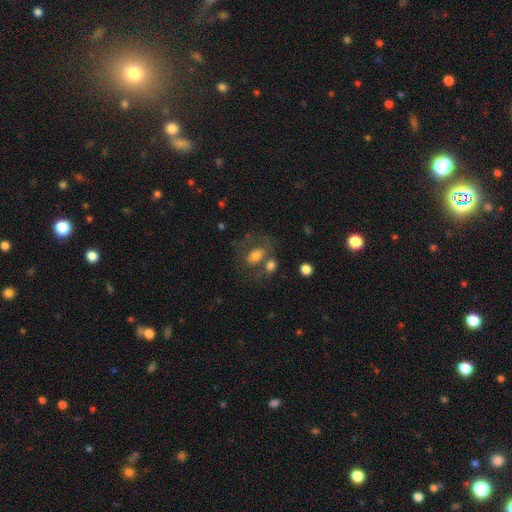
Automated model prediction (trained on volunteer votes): Smooth or featured? smooth (59%)
How rounded? in between (77%)
Merging? none (43%)